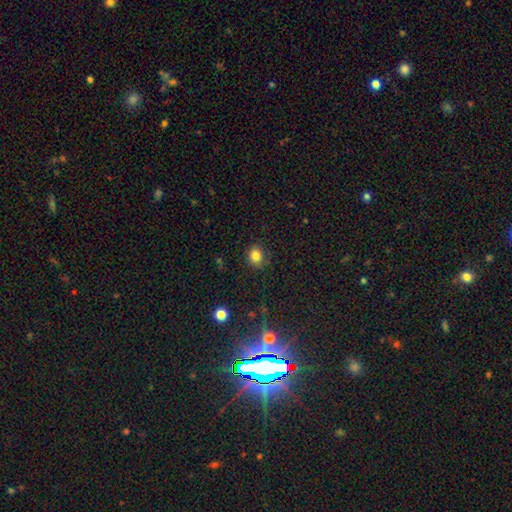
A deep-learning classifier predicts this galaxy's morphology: Q: Smooth or featured?
A: smooth (82%); runner-up: star or artifact (12%)
Q: How rounded?
A: round (76%); runner-up: in between (24%)
Q: Merging?
A: none (84%); runner-up: minor disturbance (12%)